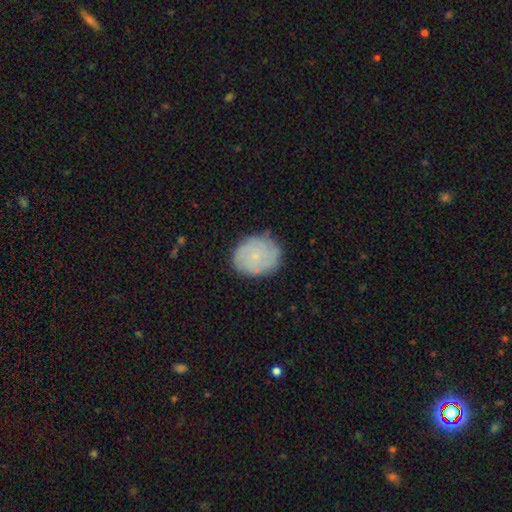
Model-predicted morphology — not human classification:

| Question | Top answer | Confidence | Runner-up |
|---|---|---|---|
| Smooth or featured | featured or disk | 50% | smooth (42%) |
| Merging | none | 81% | minor disturbance (14%) |